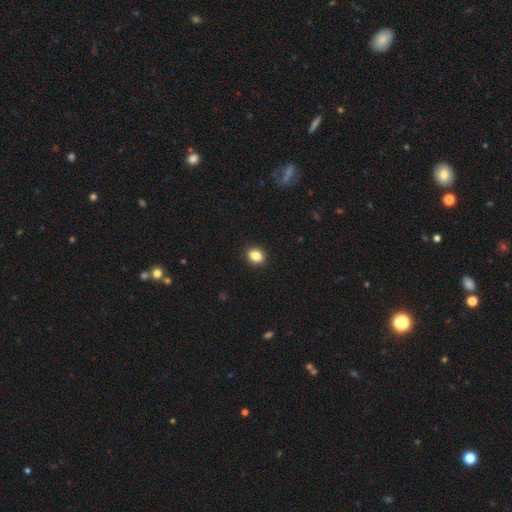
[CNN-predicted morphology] smooth 84%, star or artifact 9%, featured or disk 6%. Down the decision tree: how rounded — in between (51%); merging — none (91%).